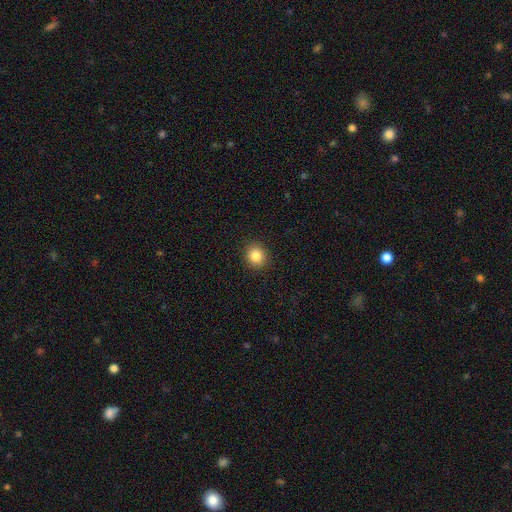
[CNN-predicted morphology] A smooth galaxy with no disk features (85%) that is round (85%).

Vote fractions:
- Smooth or featured? smooth: 85% / star or artifact: 10% / featured or disk: 5%
- How rounded? round: 85% / in between: 14% / cigar-shaped: 1%
- Merging? none: 91% / minor disturbance: 6% / major disturbance: 2% / merger: 1%